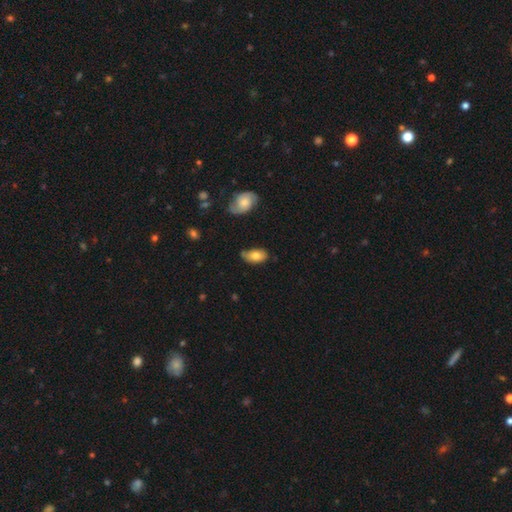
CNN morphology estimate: This is likely a smooth galaxy (75%). How rounded: clearly in between (93%). Merging: likely none (62%).